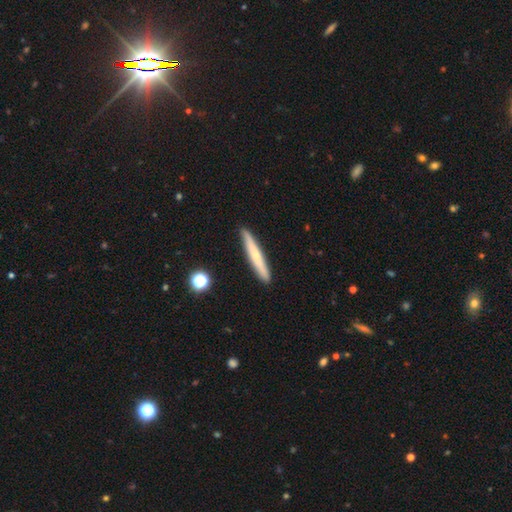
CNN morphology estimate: Smooth or featured: smooth — 56% (featured or disk — 37%)
How rounded: cigar-shaped — 95% (in between — 4%)
Merging: none — 90% (minor disturbance — 7%)